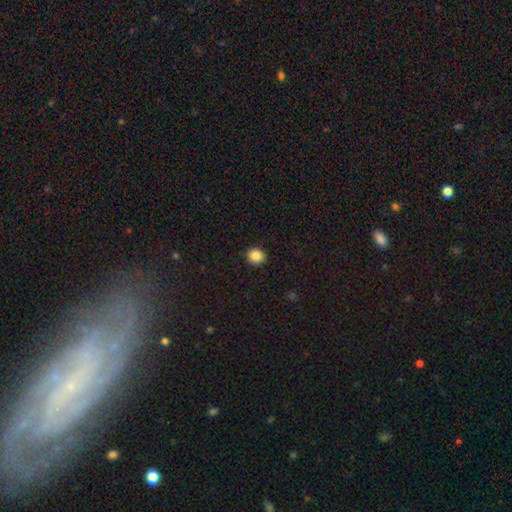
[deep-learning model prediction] Smooth or featured?
  - smooth: 86% *
  - star or artifact: 10%
  - featured or disk: 4%
How rounded?
  - round: 83% *
  - in between: 16%
  - cigar-shaped: 1%
Merging?
  - none: 90% *
  - minor disturbance: 7%
  - major disturbance: 2%
  - merger: 1%